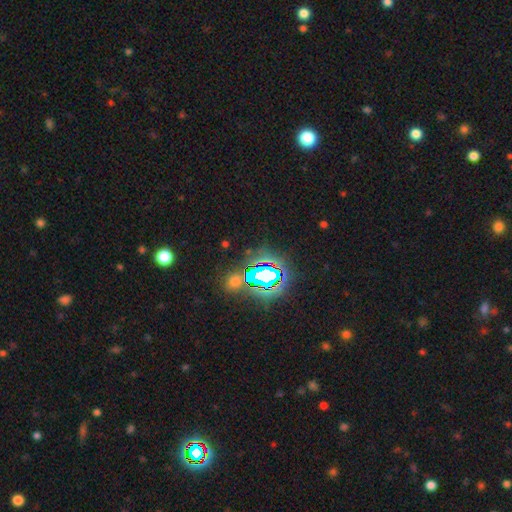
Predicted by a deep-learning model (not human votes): This is clearly a star or artifact rather than a galaxy (81%).